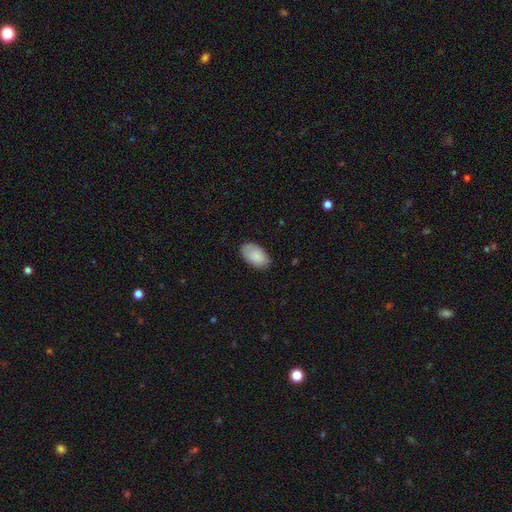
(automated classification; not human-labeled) Overall: smooth (88%). How rounded: in between (95%). Merging: none (83%).